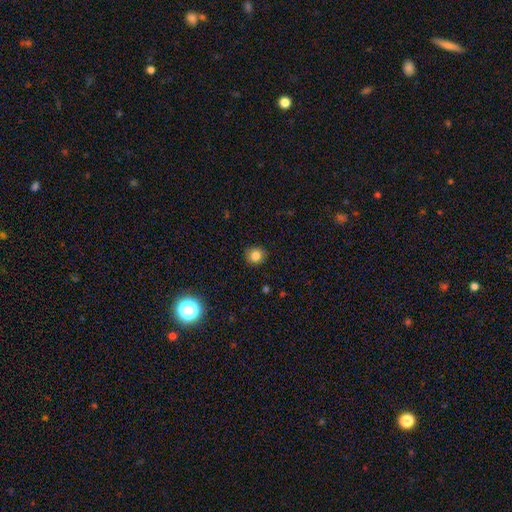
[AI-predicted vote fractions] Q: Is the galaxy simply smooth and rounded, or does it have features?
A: smooth — 83%.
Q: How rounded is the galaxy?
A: round — 87%.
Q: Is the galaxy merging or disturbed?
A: none — 88%.